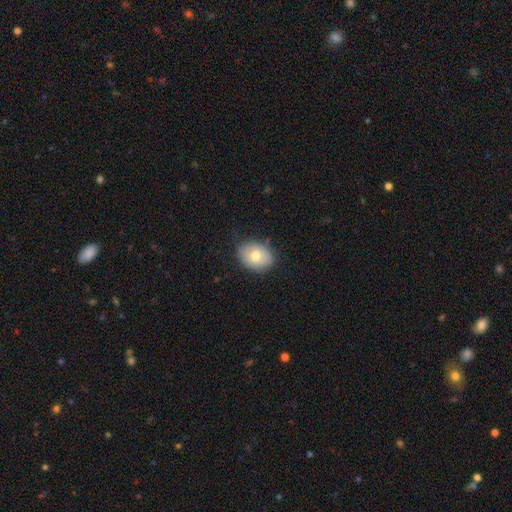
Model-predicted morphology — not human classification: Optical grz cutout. It shows a smooth galaxy with no disk features (73%) that is in between round and cigar-shaped (60%). Merging: none (80%).